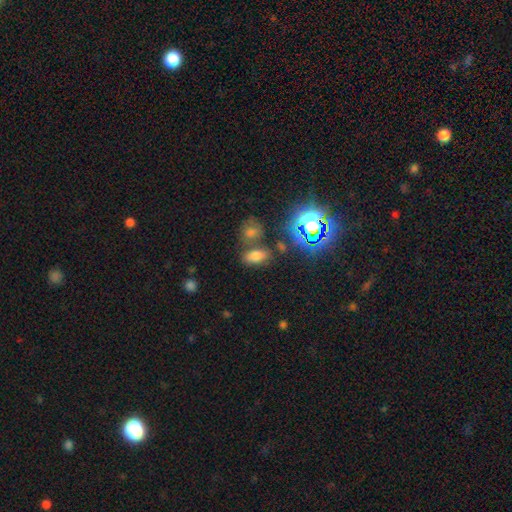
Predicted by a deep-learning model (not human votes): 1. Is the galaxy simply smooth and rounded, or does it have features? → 66% smooth, 24% star or artifact, 9% featured or disk.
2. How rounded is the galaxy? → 85% in between, 10% round, 5% cigar-shaped.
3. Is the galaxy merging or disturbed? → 68% none, 16% merger, 12% minor disturbance, 4% major disturbance.